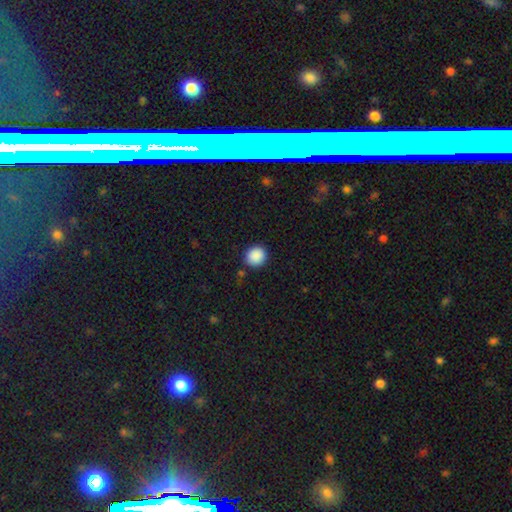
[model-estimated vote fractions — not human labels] Smooth or featured? smooth (89%)
How rounded? round (87%)
Merging? none (89%)